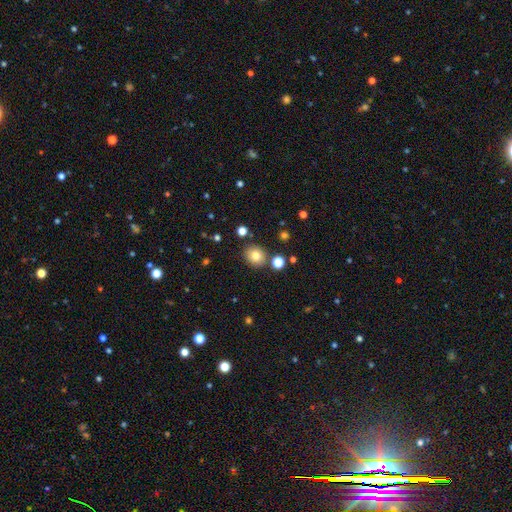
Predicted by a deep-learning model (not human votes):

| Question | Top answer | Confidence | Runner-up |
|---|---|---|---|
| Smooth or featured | smooth | 79% | star or artifact (13%) |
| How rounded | round | 79% | in between (20%) |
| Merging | none | 84% | minor disturbance (8%) |